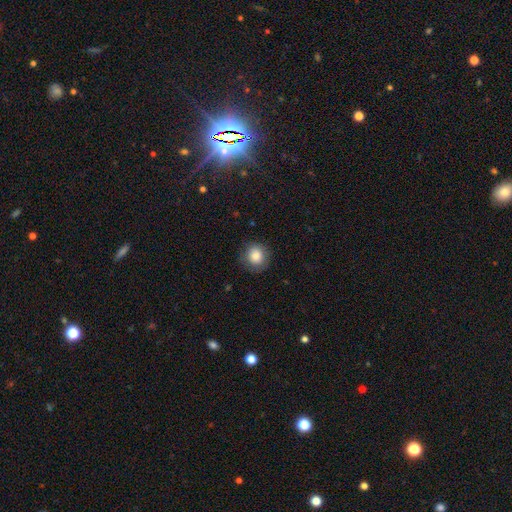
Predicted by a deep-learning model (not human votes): smooth_or_featured: smooth (p=0.84) [alt: star or artifact p=0.09]
how_rounded: round (p=0.90) [alt: in between p=0.09]
merging: none (p=0.84) [alt: minor disturbance p=0.12]